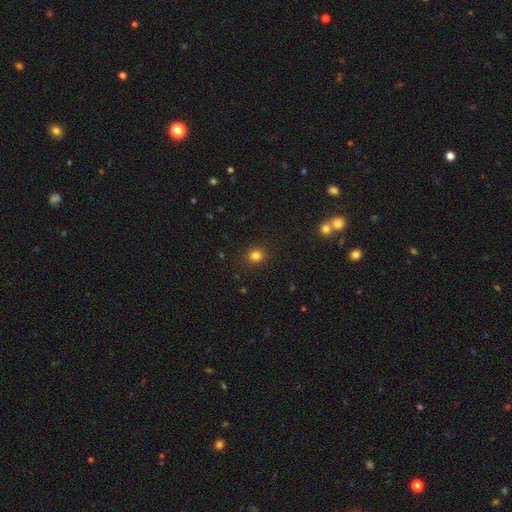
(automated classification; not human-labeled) Smooth or featured?
  - smooth: 82% *
  - star or artifact: 14%
  - featured or disk: 5%
How rounded?
  - round: 87% *
  - in between: 12%
  - cigar-shaped: 1%
Merging?
  - none: 90% *
  - minor disturbance: 6%
  - major disturbance: 2%
  - merger: 1%